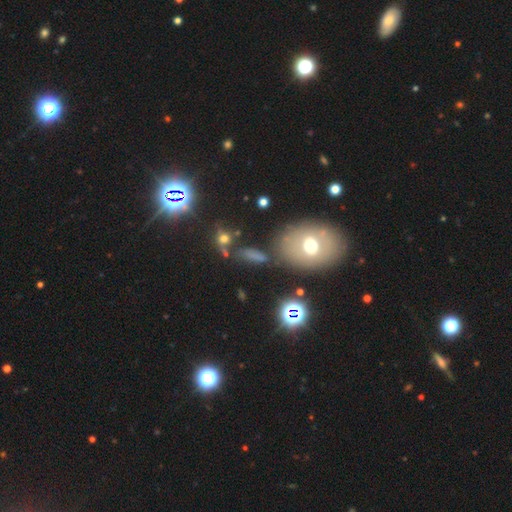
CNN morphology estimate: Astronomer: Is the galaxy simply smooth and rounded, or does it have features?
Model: smooth — 44% (runner-up: star or artifact, 35%).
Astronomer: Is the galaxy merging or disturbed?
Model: none — 68%.